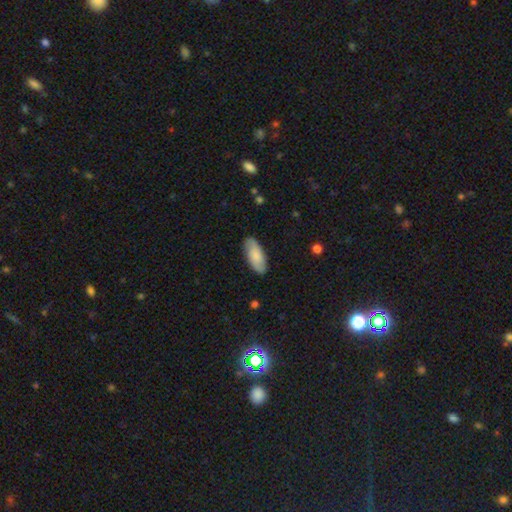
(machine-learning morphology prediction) Q: Smooth or featured?
A: smooth (69%); runner-up: featured or disk (25%)
Q: How rounded?
A: in between (86%); runner-up: cigar-shaped (12%)
Q: Merging?
A: none (85%); runner-up: minor disturbance (12%)